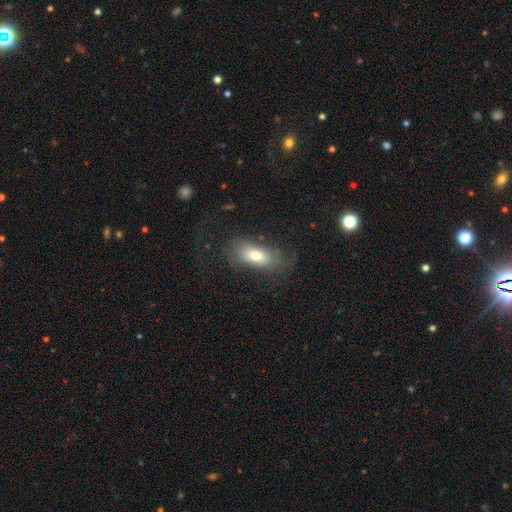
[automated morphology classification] A smooth galaxy with no disk features (71%) that is in between round and cigar-shaped (83%). Merging: none (64%).